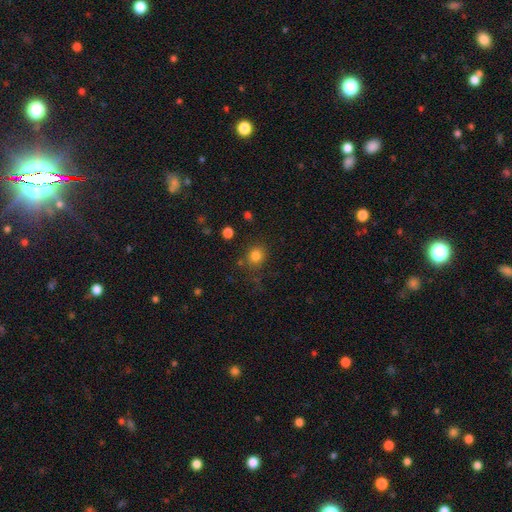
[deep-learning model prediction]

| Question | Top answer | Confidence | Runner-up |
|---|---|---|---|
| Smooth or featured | smooth | 81% | star or artifact (13%) |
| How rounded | round | 82% | in between (17%) |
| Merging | none | 80% | minor disturbance (11%) |